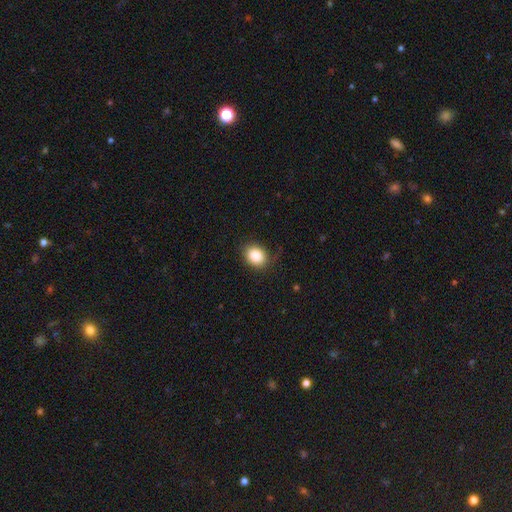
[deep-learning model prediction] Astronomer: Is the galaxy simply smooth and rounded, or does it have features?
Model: smooth — 87%.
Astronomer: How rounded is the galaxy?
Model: in between — 55% (runner-up: round, 44%).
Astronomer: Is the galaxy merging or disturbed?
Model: none — 82%.